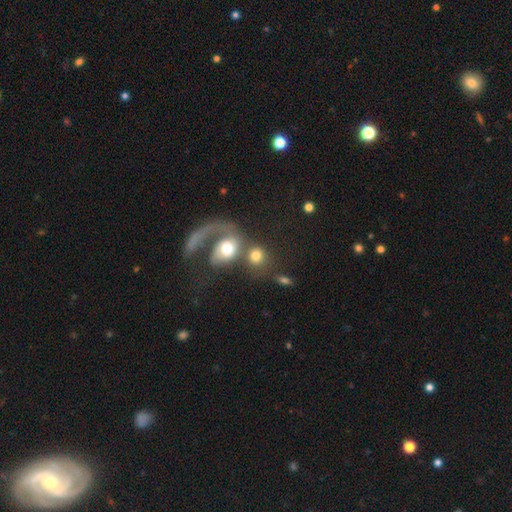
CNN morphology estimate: A smooth galaxy with no disk features (59%) that is round (71%).

Vote fractions:
- Smooth or featured? smooth: 59% / featured or disk: 31% / star or artifact: 10%
- How rounded? round: 71% / in between: 27% / cigar-shaped: 2%
- Merging? merger: 47% / none: 26% / major disturbance: 19% / minor disturbance: 8%